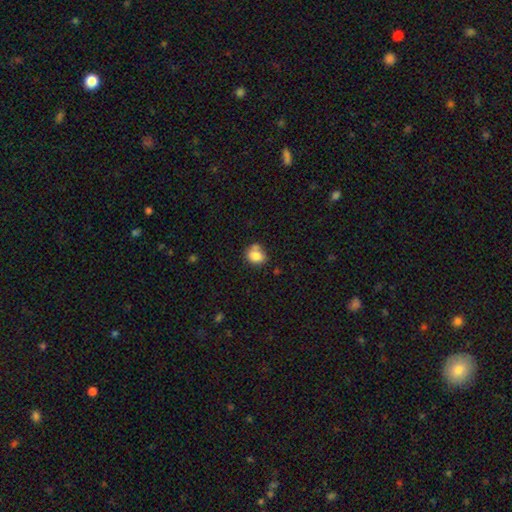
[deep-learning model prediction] Overall: smooth (81%). How rounded: in between (51%; round 48%). Merging: none (53%; merger 22%).